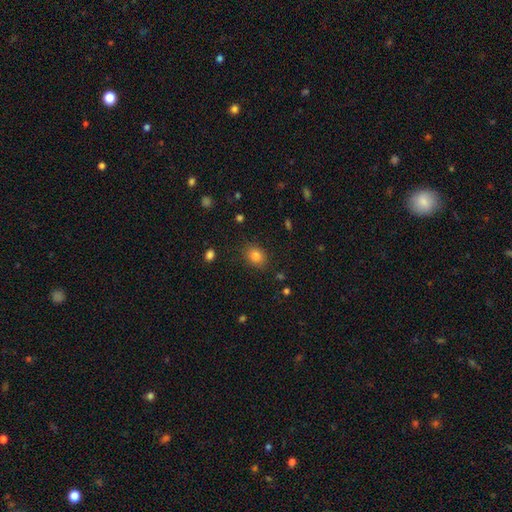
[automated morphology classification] This appears to be a smooth galaxy with no disk features (82%) that is round (53%). Merging: none (84%).